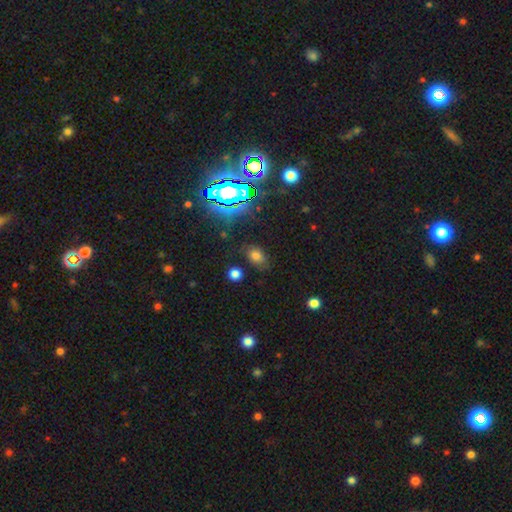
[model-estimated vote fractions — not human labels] A smooth galaxy with no disk features (65%) that is in between round and cigar-shaped (68%).

Vote fractions:
- Smooth or featured? smooth: 65% / star or artifact: 26% / featured or disk: 9%
- How rounded? in between: 68% / round: 30% / cigar-shaped: 2%
- Merging? none: 75% / minor disturbance: 16% / major disturbance: 5% / merger: 4%